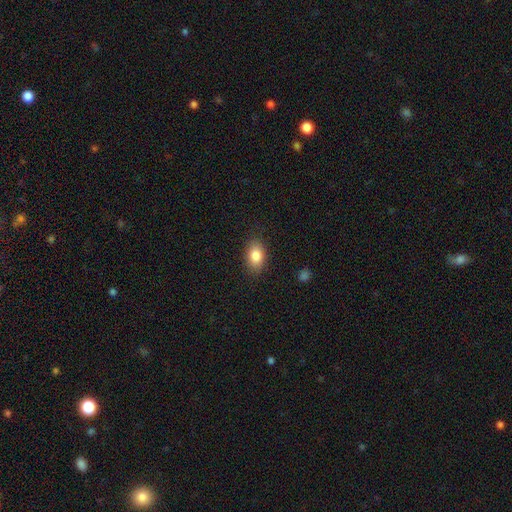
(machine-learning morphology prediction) The model was most divided on "how rounded": in between: 84%, round: 14%, cigar-shaped: 2%. More confident: merging — none (85%); smooth or featured — smooth (85%).